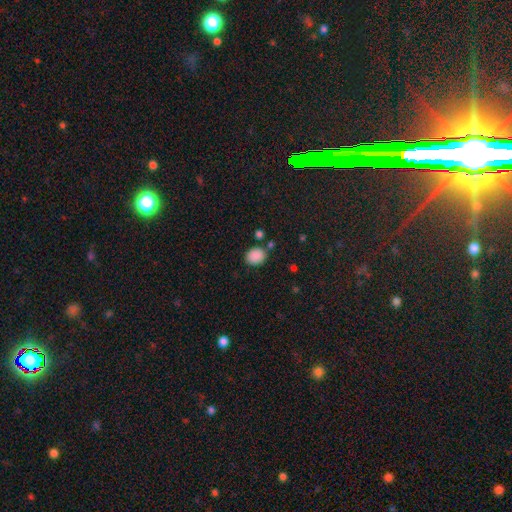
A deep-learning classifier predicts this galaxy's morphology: Q: Smooth or featured?
A: smooth (87%); runner-up: star or artifact (9%)
Q: How rounded?
A: round (52%); runner-up: in between (47%)
Q: Merging?
A: none (78%); runner-up: minor disturbance (12%)